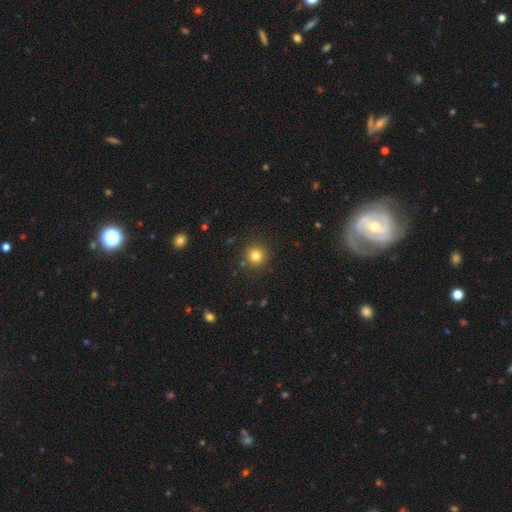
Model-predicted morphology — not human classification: Overall: smooth (80%). How rounded: round (94%). Merging: none (88%).